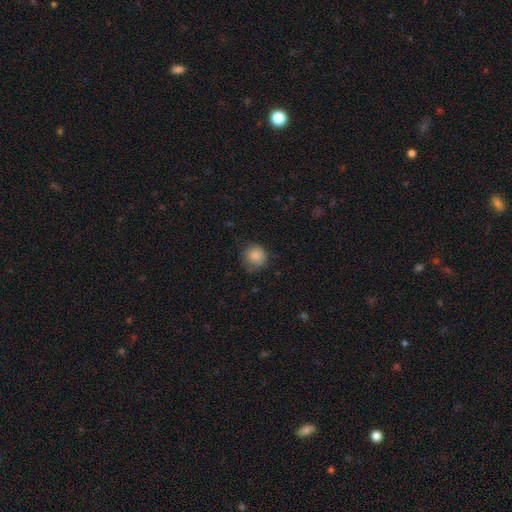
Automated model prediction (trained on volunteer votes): smooth 85%, star or artifact 9%, featured or disk 6%. Down the decision tree: how rounded — round (89%); merging — none (71%).